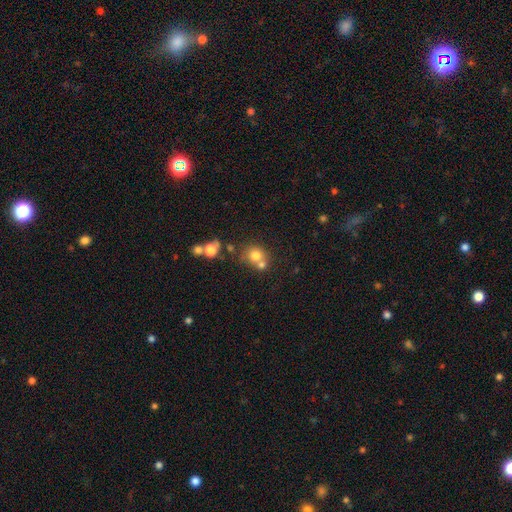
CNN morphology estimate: A smooth galaxy with no disk features (74%) that is round (81%). Merging: none (47%).